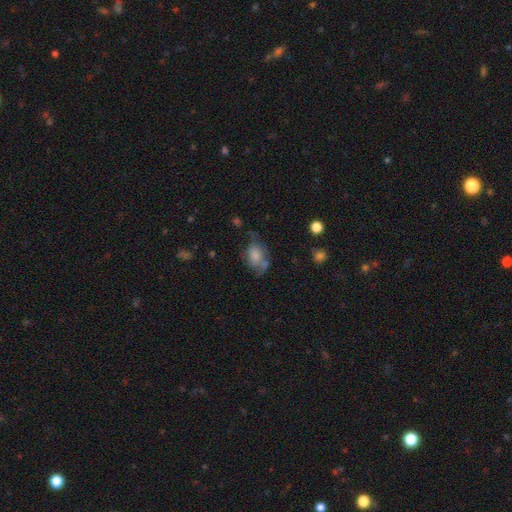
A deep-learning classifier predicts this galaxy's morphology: smooth-or-featured: smooth: 66% | featured or disk: 25% | star or artifact: 9%
  how-rounded: in between: 79% | round: 19% | cigar-shaped: 2%
  merging: none: 38% | minor disturbance: 29% | major disturbance: 22% | merger: 11%